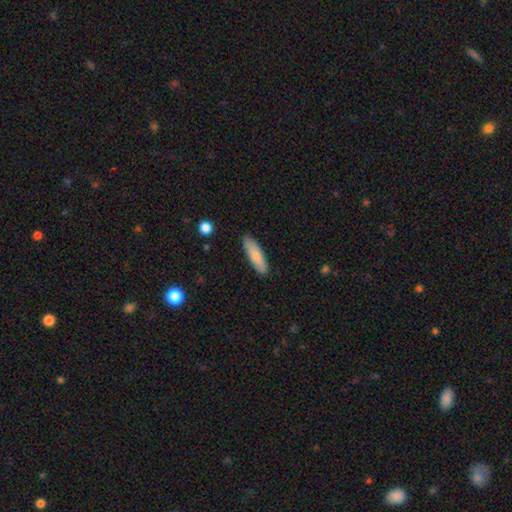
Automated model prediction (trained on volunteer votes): Smooth or featured?
  - smooth: 80% *
  - featured or disk: 14%
  - star or artifact: 6%
How rounded?
  - cigar-shaped: 61% *
  - in between: 38%
  - round: 2%
Merging?
  - none: 87% *
  - minor disturbance: 10%
  - major disturbance: 2%
  - merger: 1%